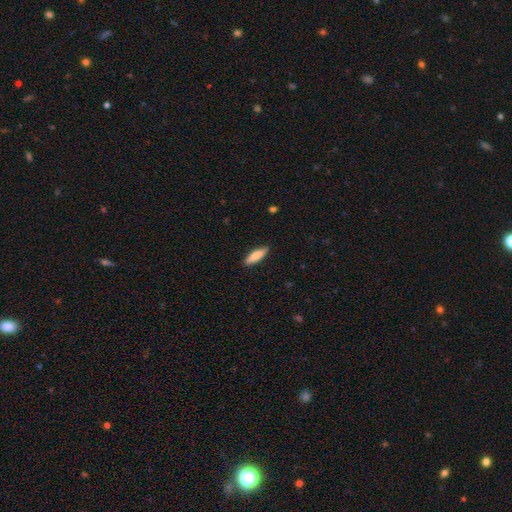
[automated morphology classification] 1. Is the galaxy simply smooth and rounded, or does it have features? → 81% smooth, 14% featured or disk, 6% star or artifact.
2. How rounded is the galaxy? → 56% cigar-shaped, 42% in between, 2% round.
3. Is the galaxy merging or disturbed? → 88% none, 9% minor disturbance, 2% major disturbance, 1% merger.